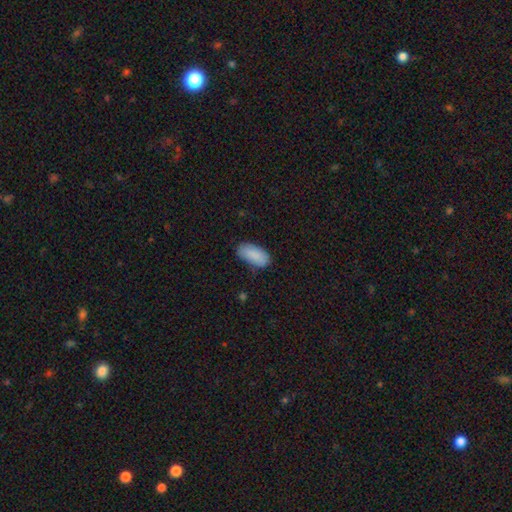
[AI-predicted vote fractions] Smooth or featured: smooth — 89% (star or artifact — 6%)
How rounded: in between — 93% (cigar-shaped — 5%)
Merging: none — 78% (minor disturbance — 17%)